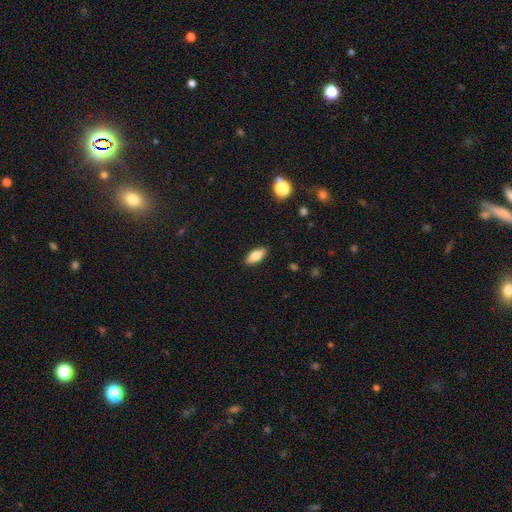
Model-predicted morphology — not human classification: type=smooth (74%); roundness=in between (81%); merging=none (89%).